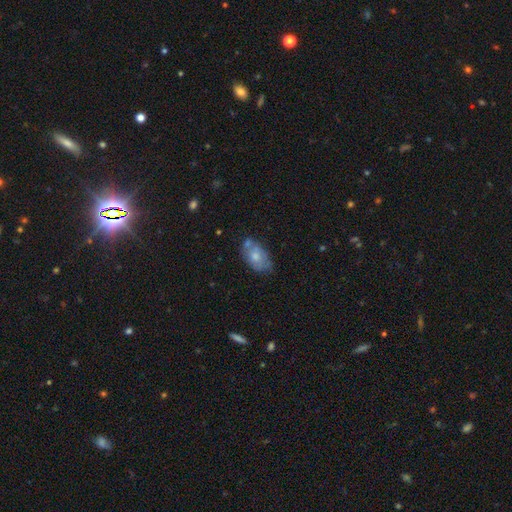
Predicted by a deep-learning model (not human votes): smooth 60%, featured or disk 33%, star or artifact 7%. Down the decision tree: how rounded — in between (89%); merging — none (48%).